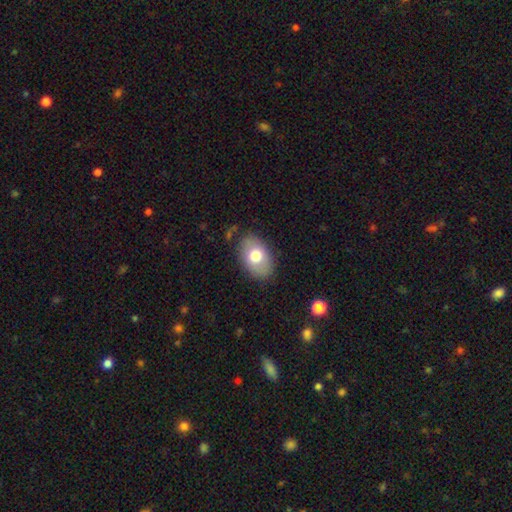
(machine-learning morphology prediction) Q: Smooth or featured?
A: smooth (72%); runner-up: featured or disk (21%)
Q: How rounded?
A: in between (86%); runner-up: round (13%)
Q: Merging?
A: none (83%); runner-up: minor disturbance (12%)